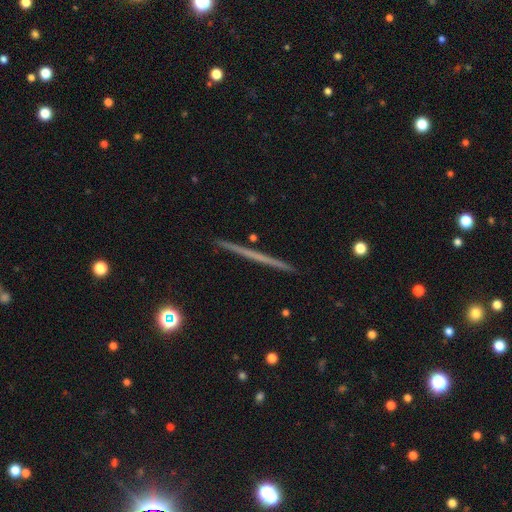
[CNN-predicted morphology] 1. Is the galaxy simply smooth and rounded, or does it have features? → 61% featured or disk, 32% smooth, 7% star or artifact.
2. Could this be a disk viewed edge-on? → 98% yes, 2% no.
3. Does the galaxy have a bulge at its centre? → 91% none, 6% rounded, 3% boxy.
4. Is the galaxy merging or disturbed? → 93% none, 5% minor disturbance, 1% merger, 1% major disturbance.